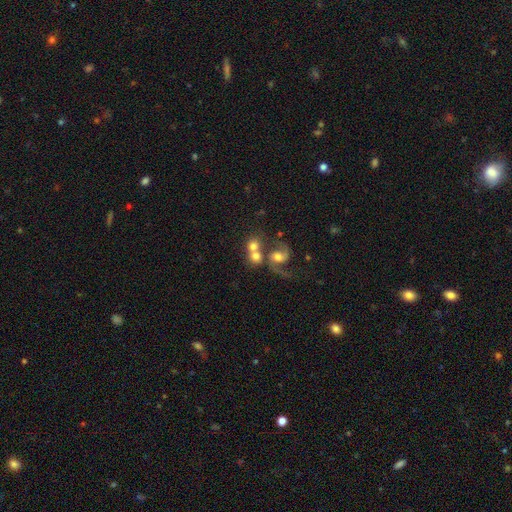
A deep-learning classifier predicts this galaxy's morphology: type=smooth (54%); roundness=round (78%); merging=merger (53%).